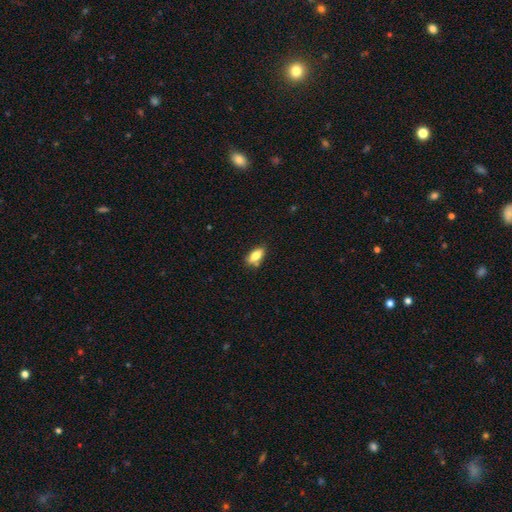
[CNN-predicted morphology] Overall: smooth (80%). How rounded: in between (85%). Merging: none (71%).